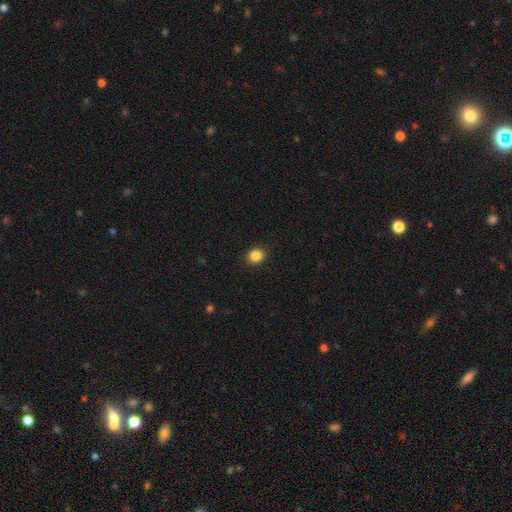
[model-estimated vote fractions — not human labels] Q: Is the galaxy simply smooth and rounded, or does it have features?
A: smooth — 86%.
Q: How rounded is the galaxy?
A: round — 71%.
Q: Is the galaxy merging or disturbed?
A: none — 91%.